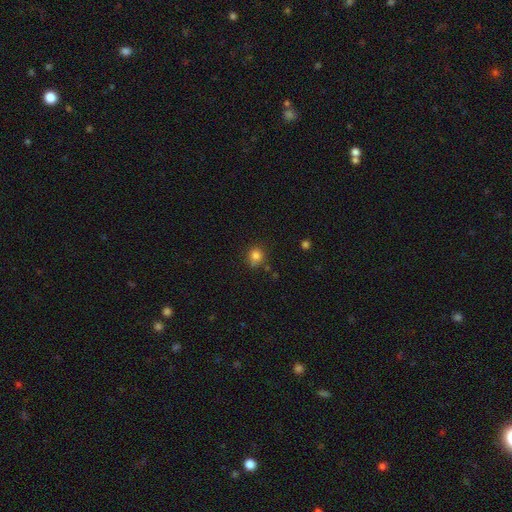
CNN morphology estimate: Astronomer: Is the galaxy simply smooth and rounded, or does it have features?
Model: smooth — 81%.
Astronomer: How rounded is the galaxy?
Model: round — 84%.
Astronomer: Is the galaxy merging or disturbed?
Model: none — 72%.